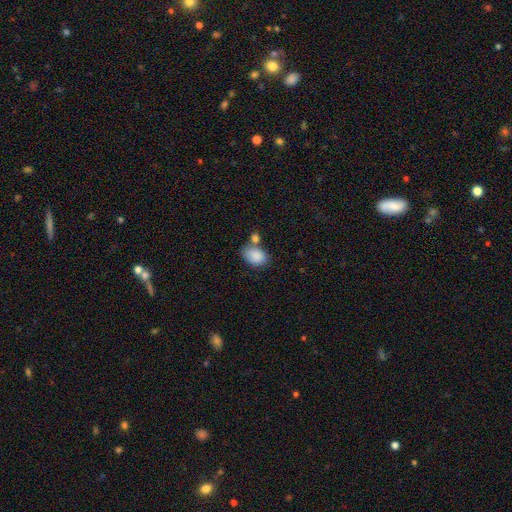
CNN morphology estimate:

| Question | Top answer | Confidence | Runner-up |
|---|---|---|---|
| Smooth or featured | smooth | 87% | star or artifact (7%) |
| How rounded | in between | 82% | round (17%) |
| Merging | none | 51% | merger (27%) |